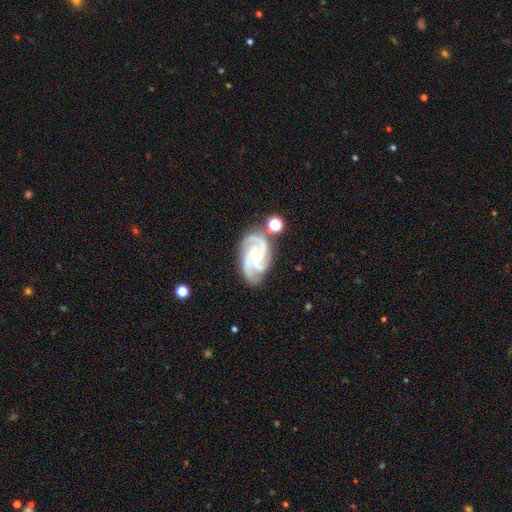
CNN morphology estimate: Smooth or featured: featured or disk — 92% (star or artifact — 5%)
Edge-on disk: no — 98% (yes — 2%)
Bar: no — 59% (weak — 31%)
Spiral arms: yes — 99% (no — 1%)
Spiral winding: tight — 54% (medium — 42%)
Spiral arm count: 3 — 65% (4 — 17%)
Bulge size: small — 75% (moderate — 18%)
Merging: none — 74% (minor disturbance — 17%)